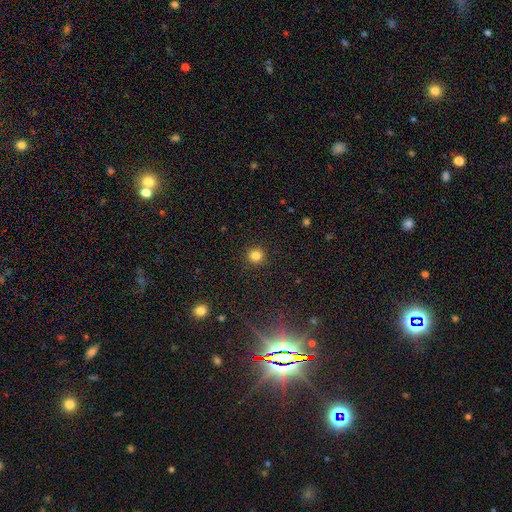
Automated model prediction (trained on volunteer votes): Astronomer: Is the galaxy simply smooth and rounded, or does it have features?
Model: smooth — 82%.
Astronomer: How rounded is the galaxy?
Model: round — 95%.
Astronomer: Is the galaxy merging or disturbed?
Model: none — 92%.